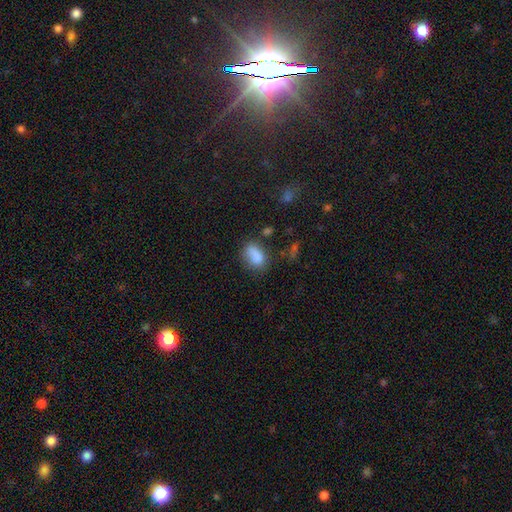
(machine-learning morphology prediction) A smooth galaxy with no disk features (82%) that is in between round and cigar-shaped (82%). Merging: none (52%).